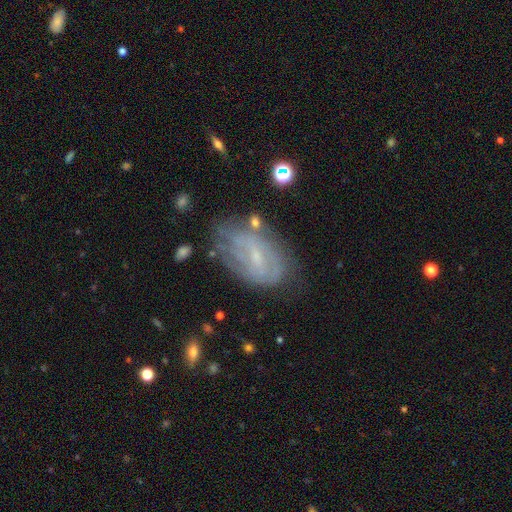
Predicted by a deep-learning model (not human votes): This appears to be a featured or disk galaxy (66%) with a weak bar (51%), spiral arms (70%) and a small central bulge (68%). Merging: none (60%).